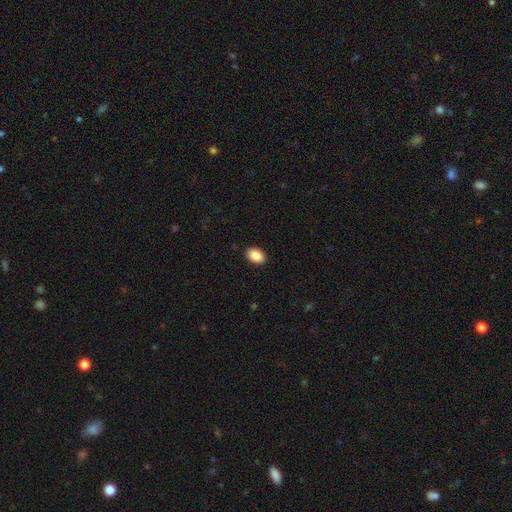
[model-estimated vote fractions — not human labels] Smooth or featured? Predicted: smooth (p=0.89). How rounded? Predicted: in between (p=0.87). Merging? Predicted: none (p=0.90).